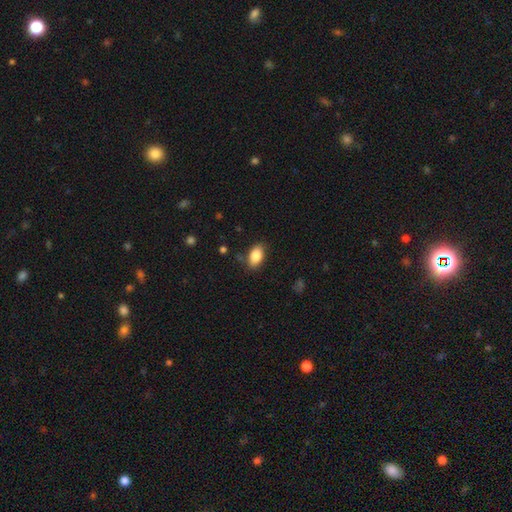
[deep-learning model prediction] smooth_or_featured: smooth (p=0.86) [alt: star or artifact p=0.08]
how_rounded: in between (p=0.90) [alt: round p=0.08]
merging: none (p=0.80) [alt: minor disturbance p=0.15]